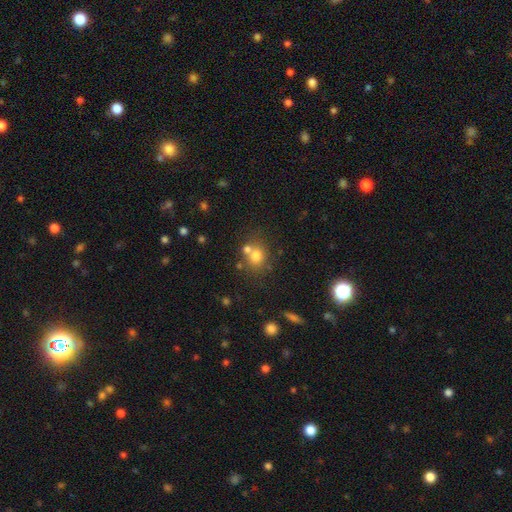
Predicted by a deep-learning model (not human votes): smooth 74%, star or artifact 14%, featured or disk 12%. Down the decision tree: how rounded — round (74%); merging — none (58%).